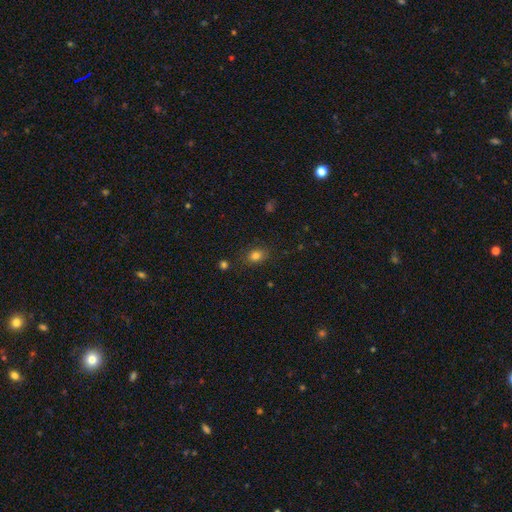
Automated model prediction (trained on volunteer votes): A smooth galaxy with no disk features (81%) that is in between round and cigar-shaped (63%).

Vote fractions:
- Smooth or featured? smooth: 81% / star or artifact: 13% / featured or disk: 7%
- How rounded? in between: 63% / round: 35% / cigar-shaped: 1%
- Merging? none: 83% / minor disturbance: 12% / major disturbance: 3% / merger: 2%